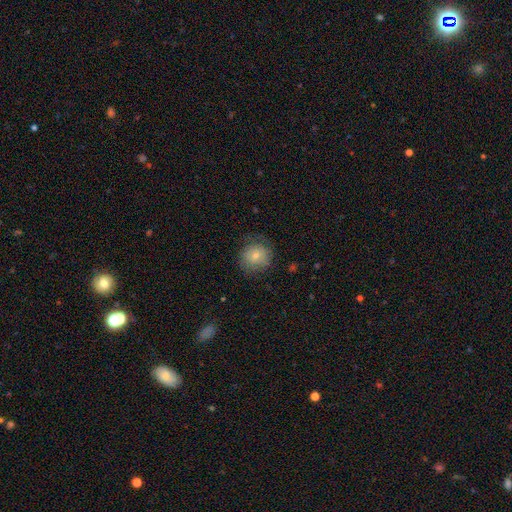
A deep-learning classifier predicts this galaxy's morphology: Smooth or featured: smooth — 72% (featured or disk — 20%)
How rounded: round — 87% (in between — 13%)
Merging: none — 72% (minor disturbance — 19%)